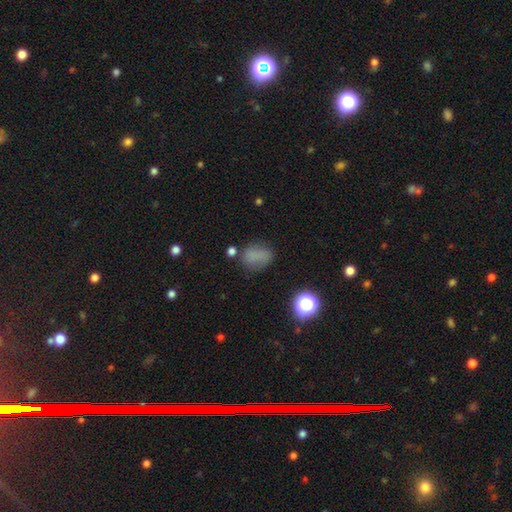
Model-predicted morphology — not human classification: Smooth or featured: smooth — 71% (star or artifact — 18%)
How rounded: in between — 63% (round — 34%)
Merging: none — 59% (minor disturbance — 23%)